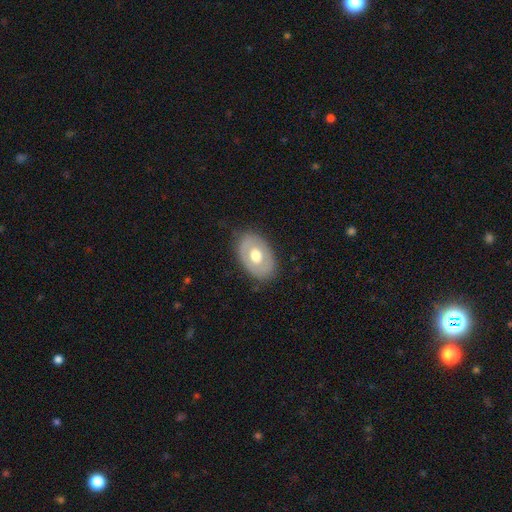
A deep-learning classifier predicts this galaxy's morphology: smooth 52%, featured or disk 42%, star or artifact 6%. Down the decision tree: how rounded — in between (82%); merging — none (79%).